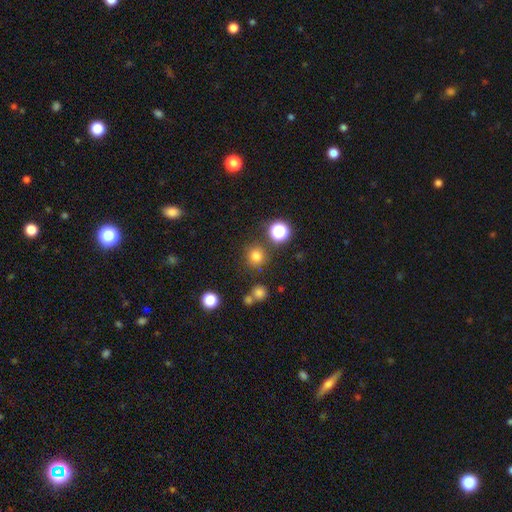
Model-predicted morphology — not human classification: A smooth galaxy with no disk features (76%) that is round (93%).

Vote fractions:
- Smooth or featured? smooth: 76% / star or artifact: 18% / featured or disk: 6%
- How rounded? round: 93% / in between: 6% / cigar-shaped: 1%
- Merging? none: 84% / minor disturbance: 8% / merger: 5% / major disturbance: 3%